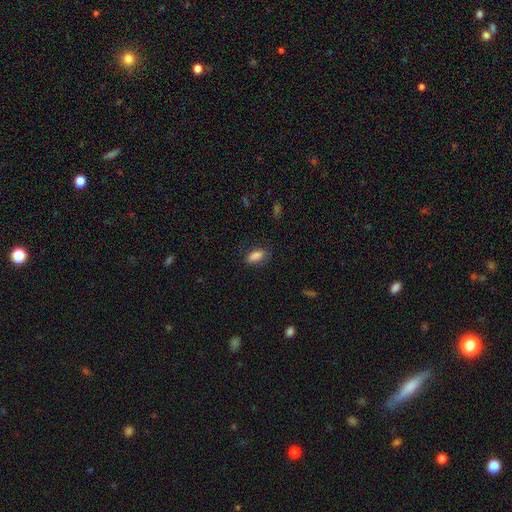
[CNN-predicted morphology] Q: Smooth or featured?
A: smooth (86%); runner-up: star or artifact (9%)
Q: How rounded?
A: in between (81%); runner-up: cigar-shaped (15%)
Q: Merging?
A: none (77%); runner-up: minor disturbance (17%)